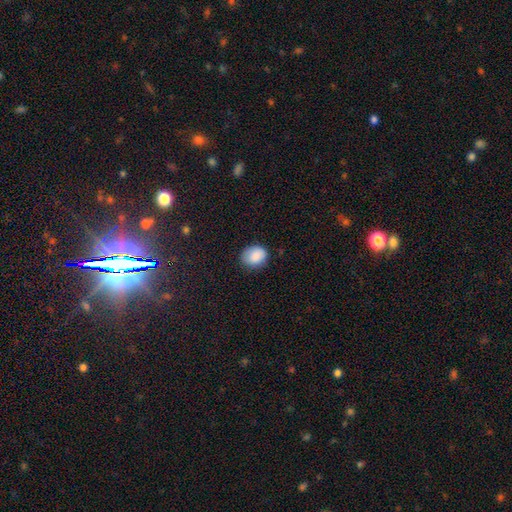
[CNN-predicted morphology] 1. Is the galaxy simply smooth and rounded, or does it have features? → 87% smooth, 8% star or artifact, 5% featured or disk.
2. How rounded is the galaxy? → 50% round, 49% in between, 1% cigar-shaped.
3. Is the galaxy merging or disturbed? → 75% none, 20% minor disturbance, 4% major disturbance, 1% merger.